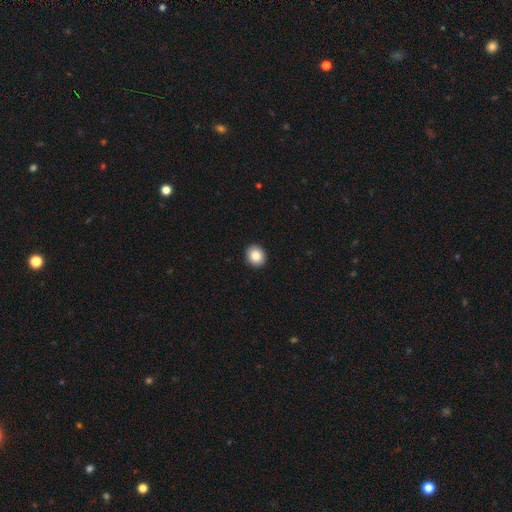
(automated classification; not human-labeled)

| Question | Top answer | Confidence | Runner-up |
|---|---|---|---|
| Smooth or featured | smooth | 87% | star or artifact (8%) |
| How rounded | round | 67% | in between (32%) |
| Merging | none | 92% | minor disturbance (5%) |